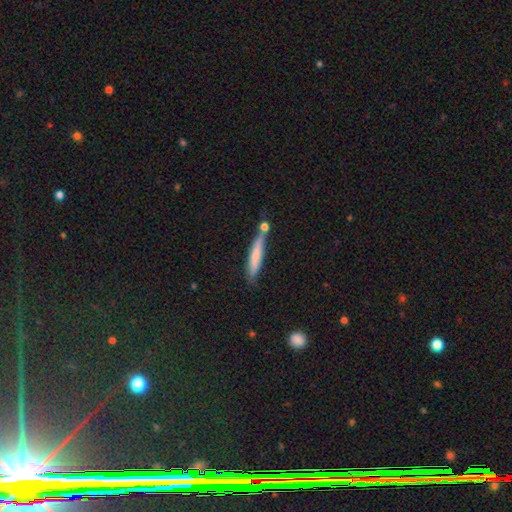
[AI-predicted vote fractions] A smooth galaxy with no disk features (66%) that is cigar-shaped (92%).

Vote fractions:
- Smooth or featured? smooth: 66% / featured or disk: 28% / star or artifact: 7%
- How rounded? cigar-shaped: 92% / in between: 7% / round: 2%
- Merging? none: 61% / minor disturbance: 18% / merger: 15% / major disturbance: 5%